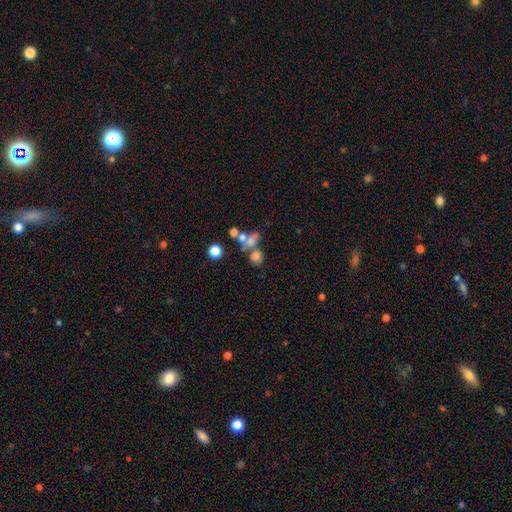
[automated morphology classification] smooth 64%, featured or disk 20%, star or artifact 17%. Down the decision tree: how rounded — round (58%); merging — merger (48%).